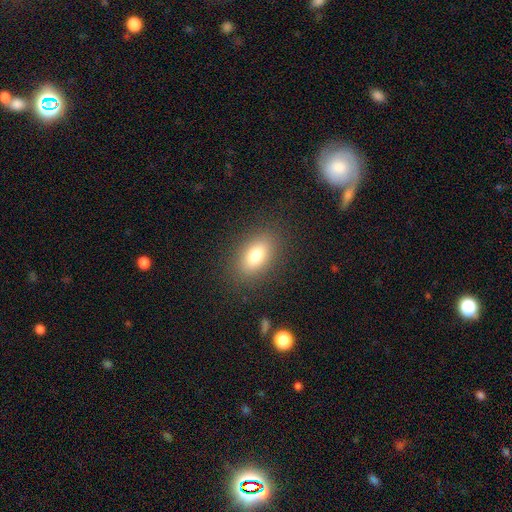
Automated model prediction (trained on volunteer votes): The model was most divided on "smooth or featured": smooth: 78%, featured or disk: 13%, star or artifact: 10%. More confident: how rounded — in between (86%); merging — none (86%).